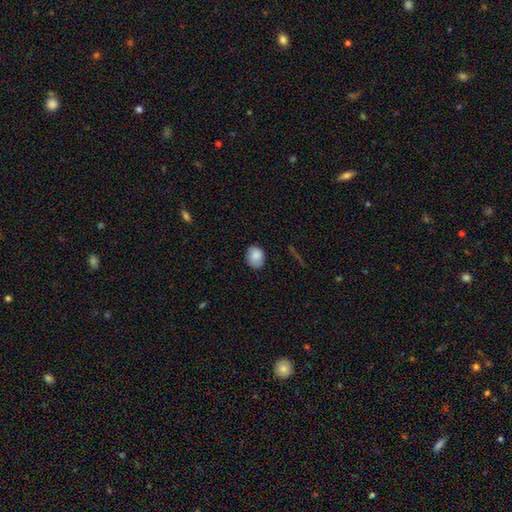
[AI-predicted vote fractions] A smooth galaxy with no disk features (86%) that is in between round and cigar-shaped (51%). Merging: none (78%).